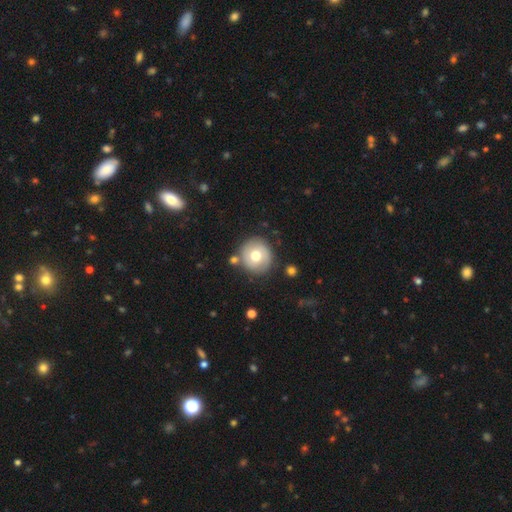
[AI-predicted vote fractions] smooth_or_featured: smooth (p=0.64) [alt: featured or disk p=0.28]
how_rounded: round (p=0.92) [alt: in between p=0.07]
merging: none (p=0.81) [alt: minor disturbance p=0.11]